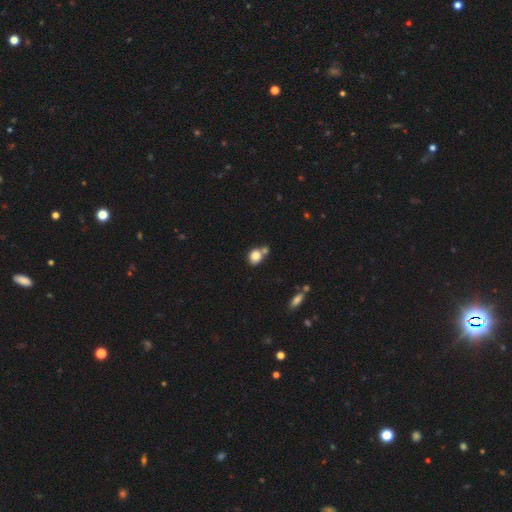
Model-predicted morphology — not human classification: Smooth or featured? smooth (83%)
How rounded? round (63%)
Merging? none (51%)